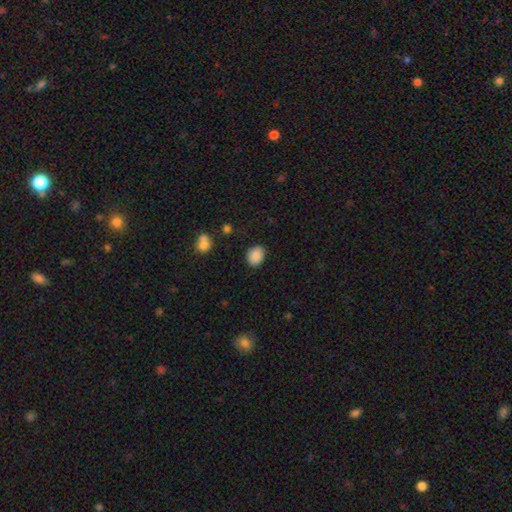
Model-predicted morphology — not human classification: This appears to be a smooth galaxy with no disk features (88%) that is in between round and cigar-shaped (59%). Merging: none (83%).